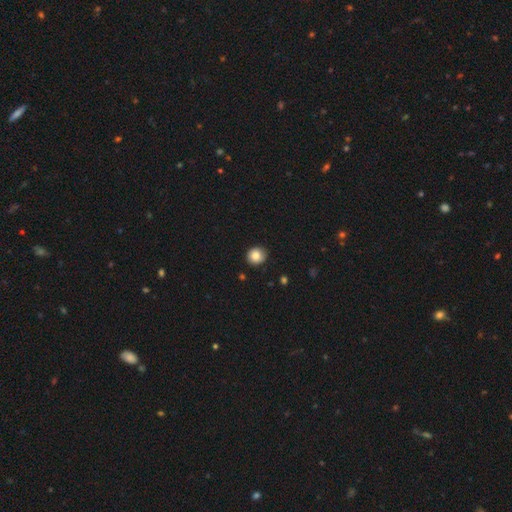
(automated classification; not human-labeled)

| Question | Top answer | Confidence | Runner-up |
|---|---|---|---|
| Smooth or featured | smooth | 84% | star or artifact (9%) |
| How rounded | round | 86% | in between (13%) |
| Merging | none | 88% | minor disturbance (9%) |